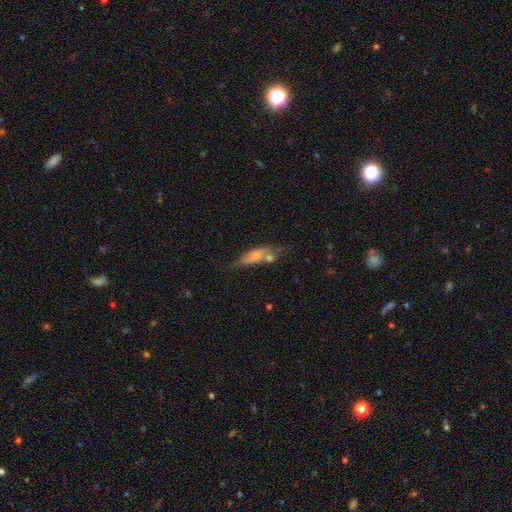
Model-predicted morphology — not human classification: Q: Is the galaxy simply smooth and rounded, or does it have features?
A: smooth — 66%.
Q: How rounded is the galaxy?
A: in between — 63%.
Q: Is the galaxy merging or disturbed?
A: none — 38%.